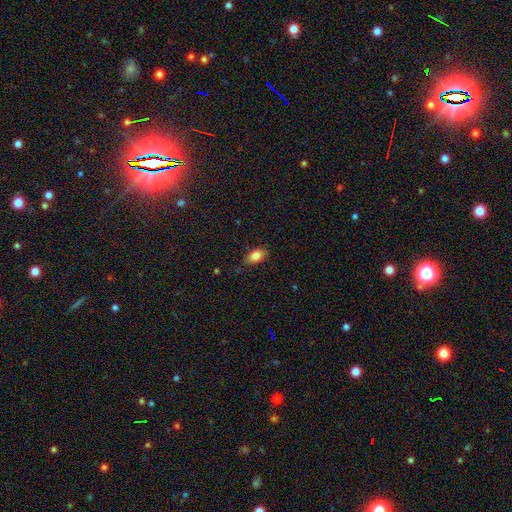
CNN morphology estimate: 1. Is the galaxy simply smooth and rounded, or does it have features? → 84% smooth, 8% star or artifact, 8% featured or disk.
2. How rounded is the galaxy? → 89% in between, 7% round, 4% cigar-shaped.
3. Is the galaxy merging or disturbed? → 82% none, 14% minor disturbance, 3% major disturbance, 1% merger.